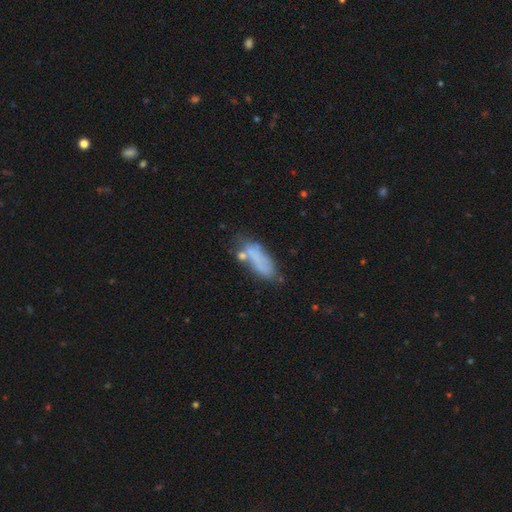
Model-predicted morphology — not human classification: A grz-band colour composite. It shows a smooth galaxy with no disk features (65%) that is in between round and cigar-shaped (62%). Merging: none (48%).